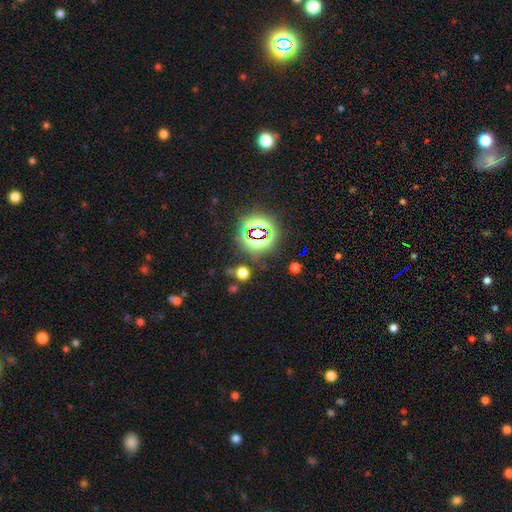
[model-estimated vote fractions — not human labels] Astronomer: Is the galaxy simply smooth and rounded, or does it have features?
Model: star or artifact — 76%.